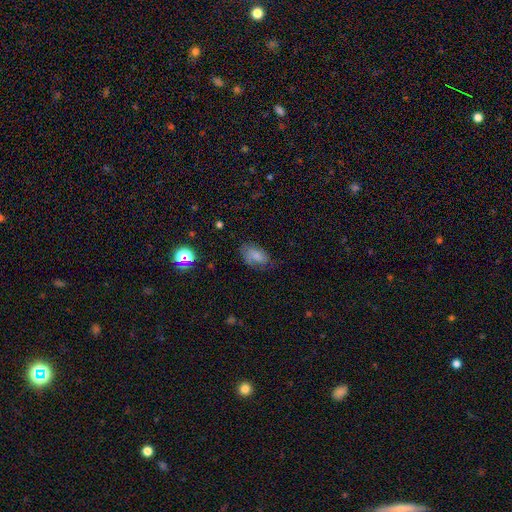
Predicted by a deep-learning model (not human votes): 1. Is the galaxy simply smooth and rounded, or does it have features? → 68% smooth, 21% featured or disk, 11% star or artifact.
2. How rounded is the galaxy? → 91% in between, 7% round, 3% cigar-shaped.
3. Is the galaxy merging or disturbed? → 62% none, 26% minor disturbance, 11% major disturbance, 2% merger.